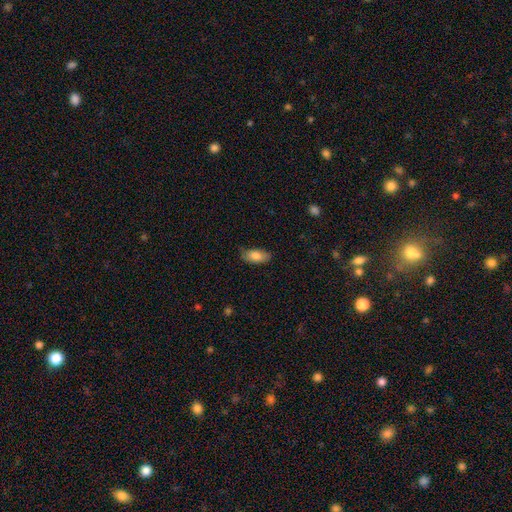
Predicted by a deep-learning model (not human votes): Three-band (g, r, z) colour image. It shows a smooth galaxy with no disk features (81%) that is in between round and cigar-shaped (90%). Merging: none (71%).